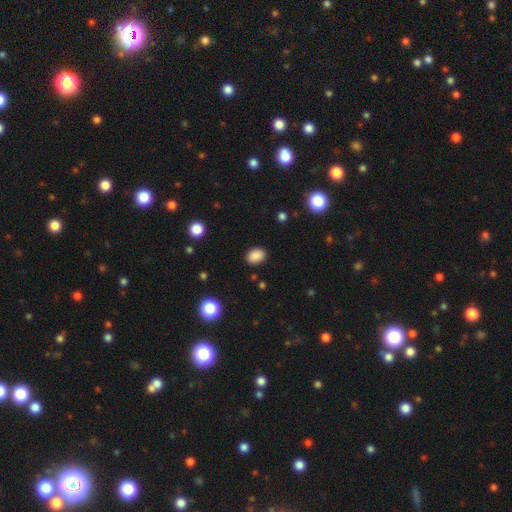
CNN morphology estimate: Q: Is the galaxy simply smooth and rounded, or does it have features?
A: smooth — 87%.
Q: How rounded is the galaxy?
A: in between — 67%.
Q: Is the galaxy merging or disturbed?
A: none — 88%.